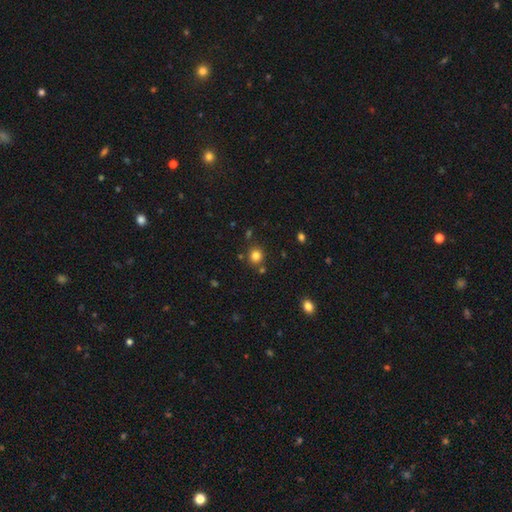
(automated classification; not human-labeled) smooth_or_featured: smooth (p=0.81) [alt: star or artifact p=0.14]
how_rounded: round (p=0.86) [alt: in between p=0.13]
merging: none (p=0.82) [alt: minor disturbance p=0.08]